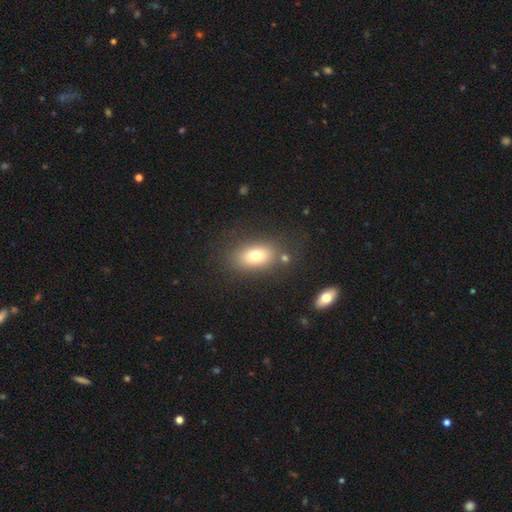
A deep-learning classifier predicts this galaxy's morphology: Smooth or featured: smooth — 74% (featured or disk — 15%)
How rounded: in between — 83% (round — 14%)
Merging: none — 76% (minor disturbance — 12%)